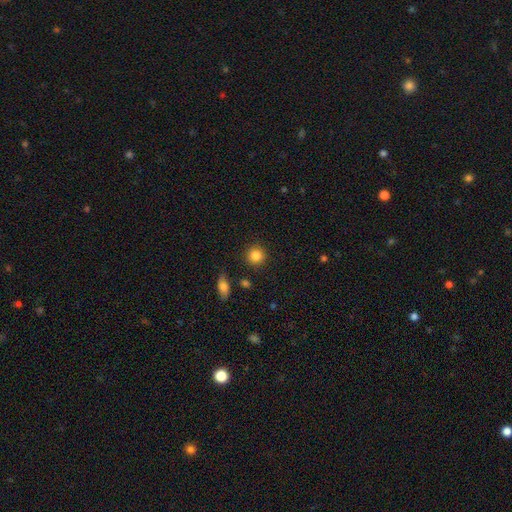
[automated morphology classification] Smooth or featured?
  - smooth: 86% *
  - star or artifact: 9%
  - featured or disk: 4%
How rounded?
  - round: 92% *
  - in between: 7%
  - cigar-shaped: 1%
Merging?
  - none: 88% *
  - minor disturbance: 7%
  - major disturbance: 3%
  - merger: 2%